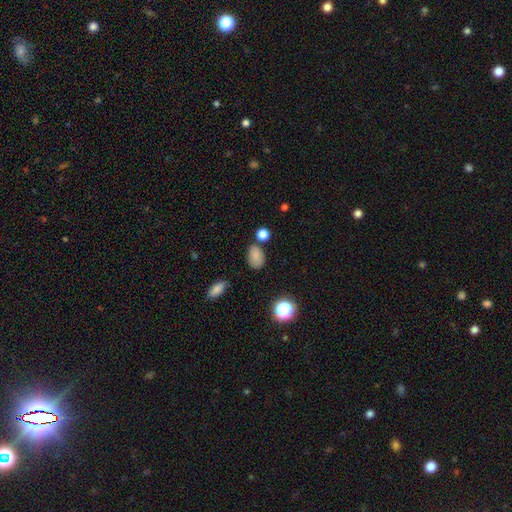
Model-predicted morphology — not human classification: Q: Smooth or featured?
A: smooth (81%); runner-up: star or artifact (13%)
Q: How rounded?
A: in between (79%); runner-up: round (20%)
Q: Merging?
A: none (70%); runner-up: minor disturbance (18%)